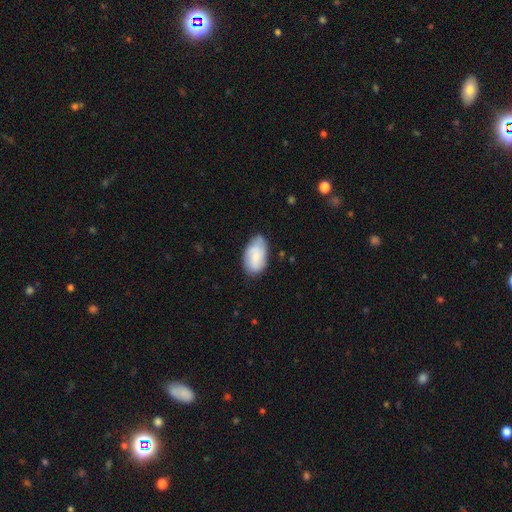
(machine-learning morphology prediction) Q: Smooth or featured?
A: smooth (65%); runner-up: featured or disk (29%)
Q: How rounded?
A: in between (93%); runner-up: round (5%)
Q: Merging?
A: none (67%); runner-up: minor disturbance (26%)